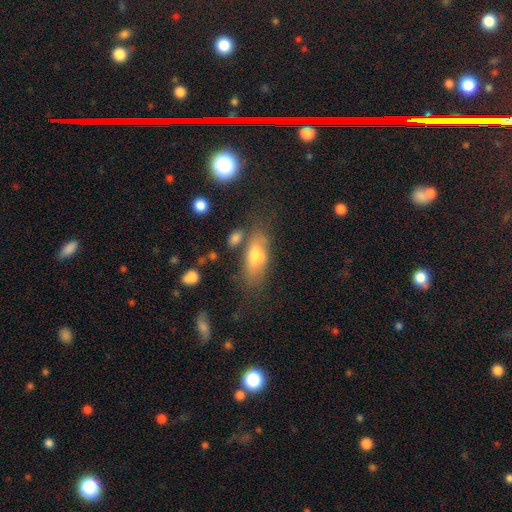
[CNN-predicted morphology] Smooth or featured? smooth (67%)
How rounded? in between (79%)
Merging? none (60%)